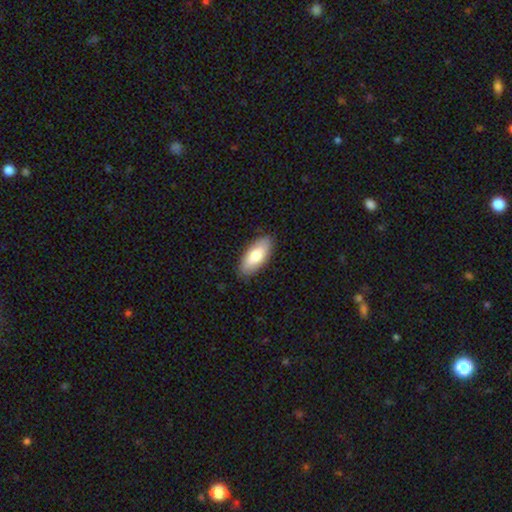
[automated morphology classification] The model was most divided on "smooth or featured": smooth: 77%, featured or disk: 17%, star or artifact: 5%. More confident: merging — none (88%); how rounded — in between (86%).